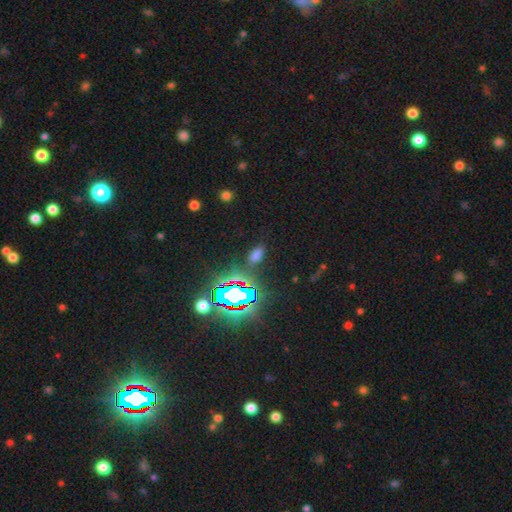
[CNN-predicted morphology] Smooth or featured? Predicted: smooth (p=0.58). How rounded? Predicted: in between (p=0.86). Merging? Predicted: none (p=0.82).